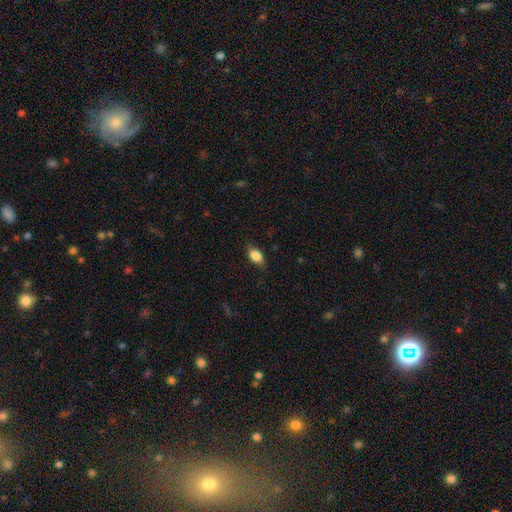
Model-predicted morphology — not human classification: This is clearly a smooth galaxy (84%). How rounded: clearly in between (85%). Merging: likely none (75%).